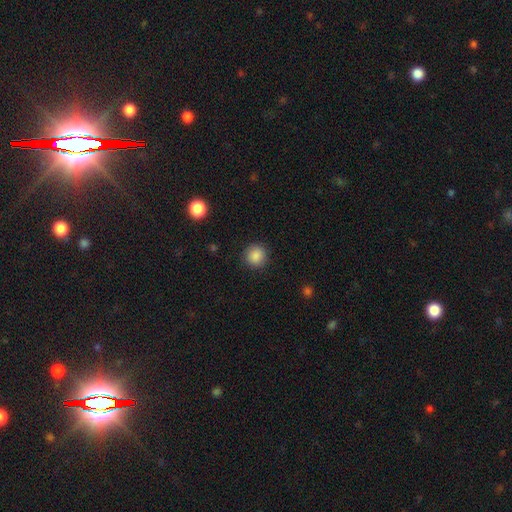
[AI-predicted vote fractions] smooth 87%, star or artifact 10%, featured or disk 3%. Down the decision tree: how rounded — round (92%); merging — none (89%).